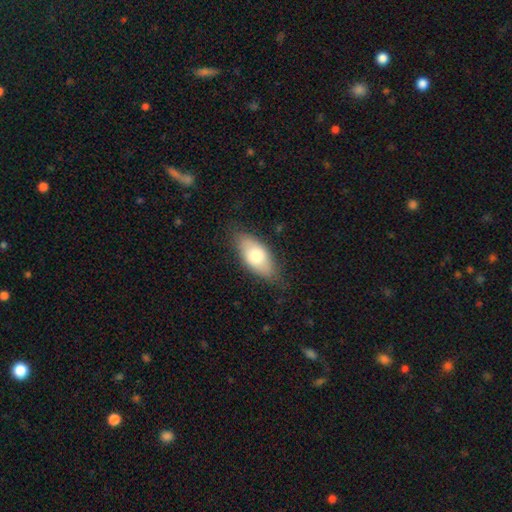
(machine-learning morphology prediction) smooth-or-featured: smooth: 72% | featured or disk: 22% | star or artifact: 6%
  how-rounded: in between: 86% | cigar-shaped: 11% | round: 3%
  merging: none: 78% | minor disturbance: 17% | major disturbance: 4% | merger: 1%